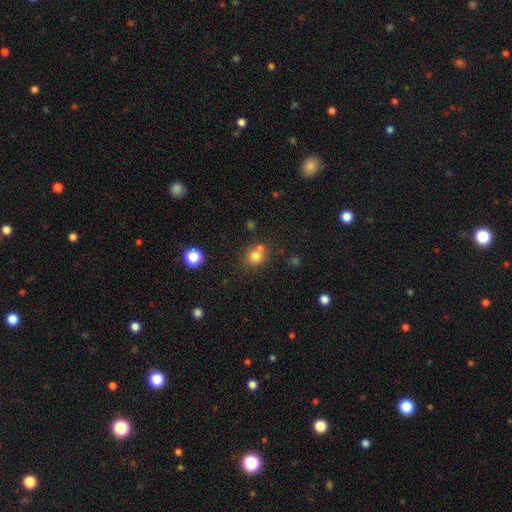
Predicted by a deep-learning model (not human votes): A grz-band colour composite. It shows a smooth galaxy with no disk features (78%) that is round (82%). Merging: none (61%).